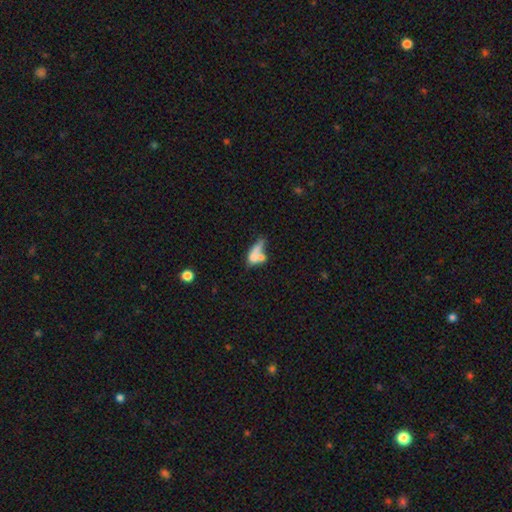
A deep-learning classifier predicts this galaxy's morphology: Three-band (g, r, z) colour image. It shows a smooth galaxy with no disk features (55%) that is in between round and cigar-shaped (64%). Merging: merger (53%).